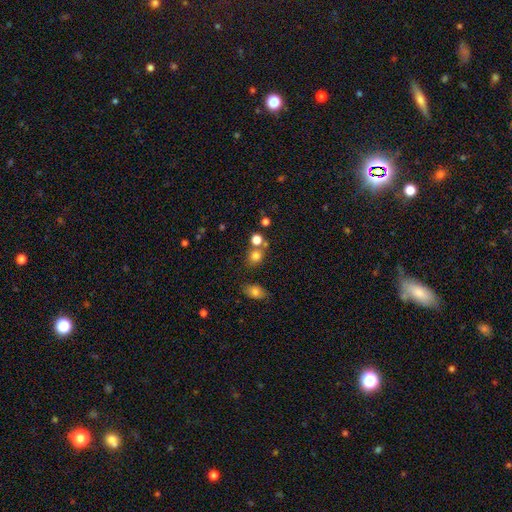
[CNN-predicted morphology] This is likely a smooth galaxy (77%). How rounded: likely round (74%). Merging: likely none (63%).